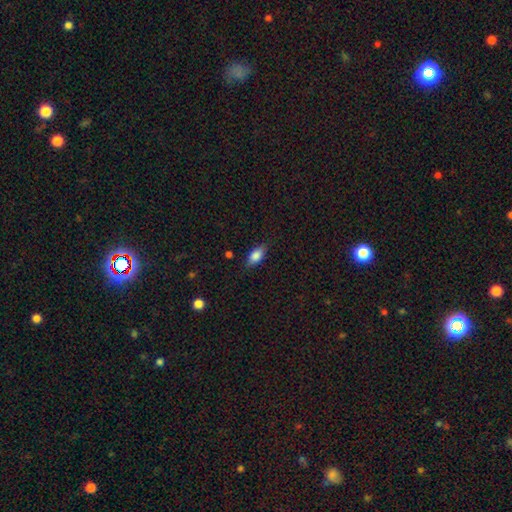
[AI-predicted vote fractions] The model was most divided on "merging": none: 81%, minor disturbance: 15%, major disturbance: 3%, merger: 1%. More confident: how rounded — in between (86%); smooth or featured — smooth (81%).